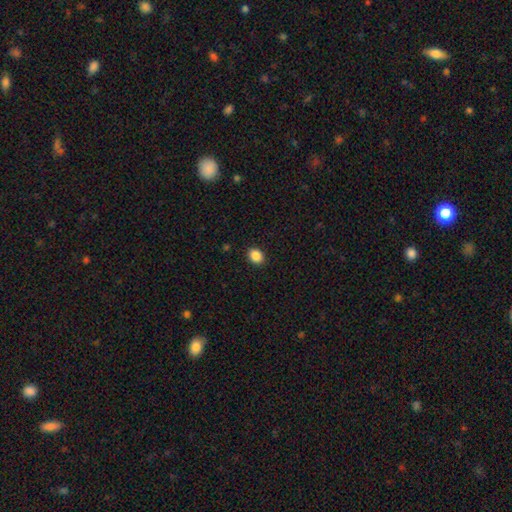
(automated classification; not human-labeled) Smooth or featured?
  - smooth: 88% *
  - star or artifact: 9%
  - featured or disk: 3%
How rounded?
  - in between: 57% *
  - round: 42%
  - cigar-shaped: 1%
Merging?
  - none: 90% *
  - minor disturbance: 7%
  - major disturbance: 2%
  - merger: 1%